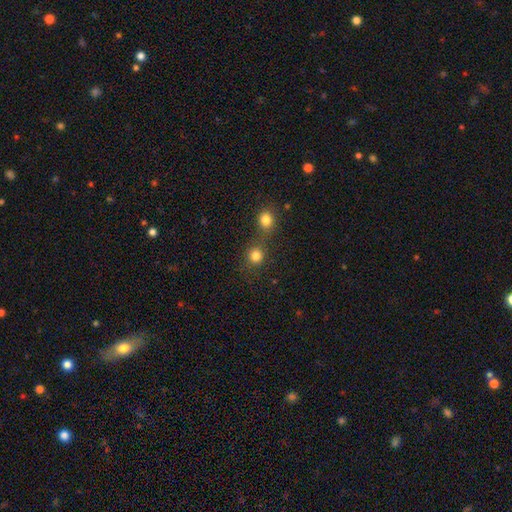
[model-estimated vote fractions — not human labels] smooth-or-featured: smooth: 81% | star or artifact: 13% | featured or disk: 5%
  how-rounded: round: 88% | in between: 11% | cigar-shaped: 1%
  merging: none: 59% | merger: 30% | minor disturbance: 7% | major disturbance: 3%